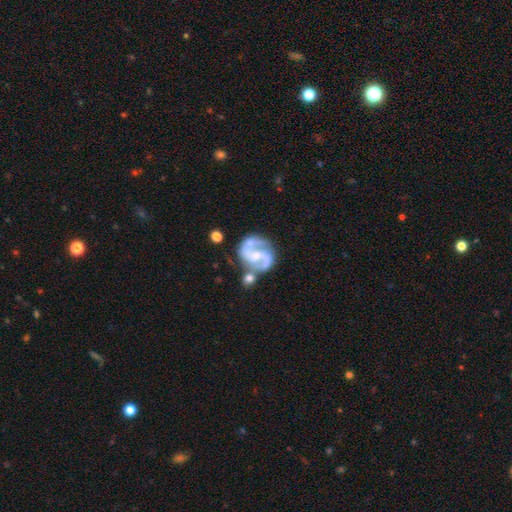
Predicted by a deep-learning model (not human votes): smooth_or_featured: featured or disk (p=0.87) [alt: smooth p=0.08]
disk_edge_on: no (p=0.98) [alt: yes p=0.02]
bar: weak (p=0.42) [alt: no p=0.36]
has_spiral_arms: yes (p=0.95) [alt: no p=0.05]
spiral_winding: medium (p=0.58) [alt: tight p=0.21]
spiral_arm_count: 2 (p=0.85) [alt: 3 p=0.06]
bulge_size: small (p=0.56) [alt: moderate p=0.33]
merging: none (p=0.54) [alt: minor disturbance p=0.18]